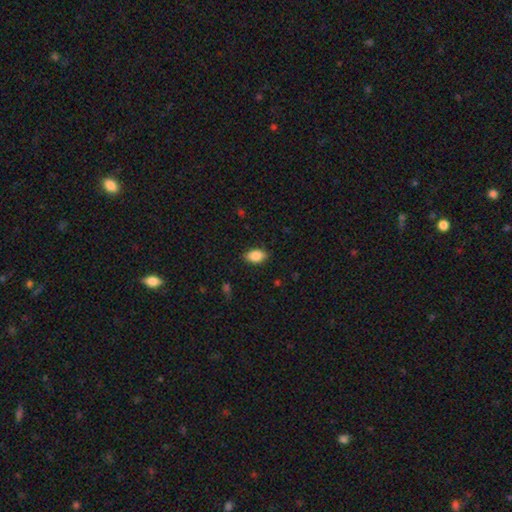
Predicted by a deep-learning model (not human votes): smooth-or-featured: smooth: 87% | star or artifact: 8% | featured or disk: 5%
  how-rounded: in between: 90% | round: 8% | cigar-shaped: 2%
  merging: none: 87% | minor disturbance: 9% | major disturbance: 2% | merger: 1%